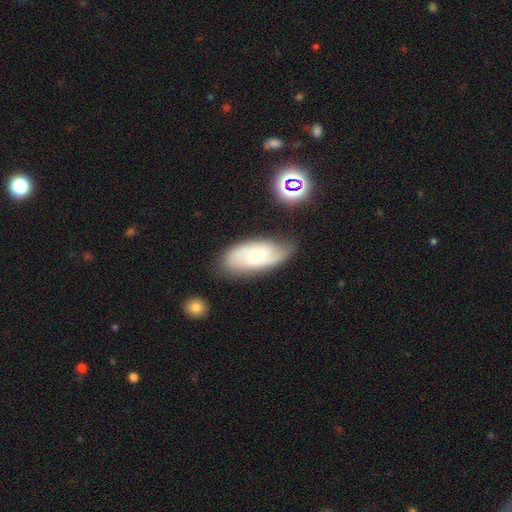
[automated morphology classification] Smooth or featured? featured or disk (62%)
Edge-on disk? no (92%)
Bar? no (47%)
Spiral arms? yes (90%)
Spiral winding? medium (44%)
Spiral arm count? 2 (68%)
Bulge size? small (48%)
Merging? none (70%)